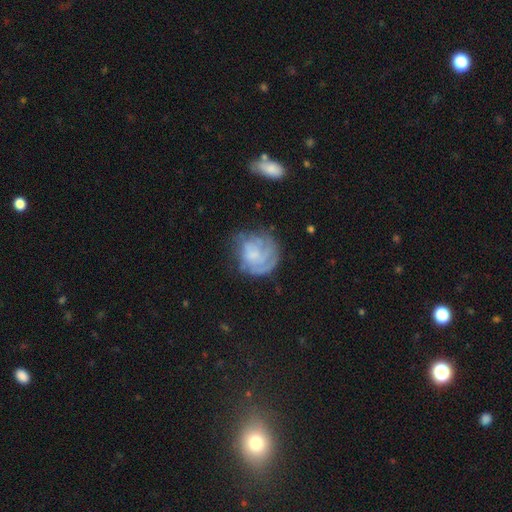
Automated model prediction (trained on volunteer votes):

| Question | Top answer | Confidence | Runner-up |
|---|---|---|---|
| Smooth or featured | featured or disk | 59% | smooth (32%) |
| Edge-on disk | no | 98% | yes (2%) |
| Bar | no | 74% | weak (22%) |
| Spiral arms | yes | 71% | no (29%) |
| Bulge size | none | 48% | small (23%) |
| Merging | none | 54% | minor disturbance (23%) |